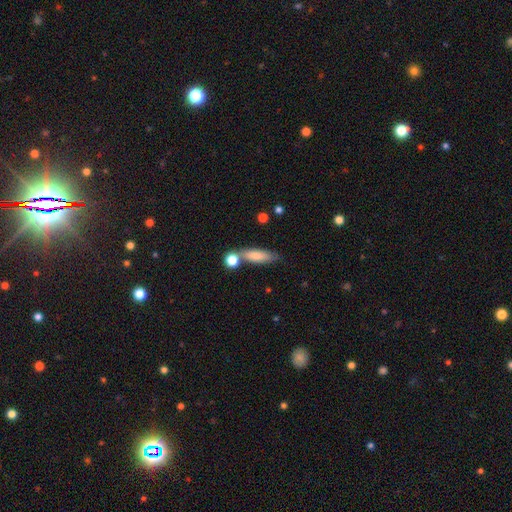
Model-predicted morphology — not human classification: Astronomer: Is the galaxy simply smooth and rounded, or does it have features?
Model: smooth — 78%.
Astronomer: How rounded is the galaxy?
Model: cigar-shaped — 52% (runner-up: in between, 44%).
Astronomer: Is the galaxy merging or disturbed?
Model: none — 59%.